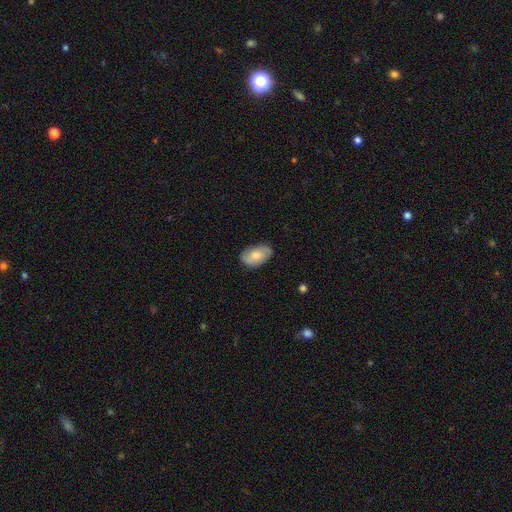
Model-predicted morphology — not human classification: Smooth or featured? Predicted: smooth (p=0.63). How rounded? Predicted: in between (p=0.92). Merging? Predicted: none (p=0.79).